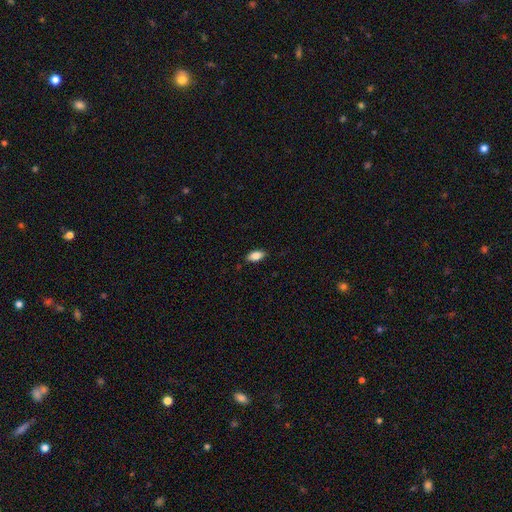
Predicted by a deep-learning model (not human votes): Smooth or featured? smooth (83%)
How rounded? in between (88%)
Merging? none (86%)